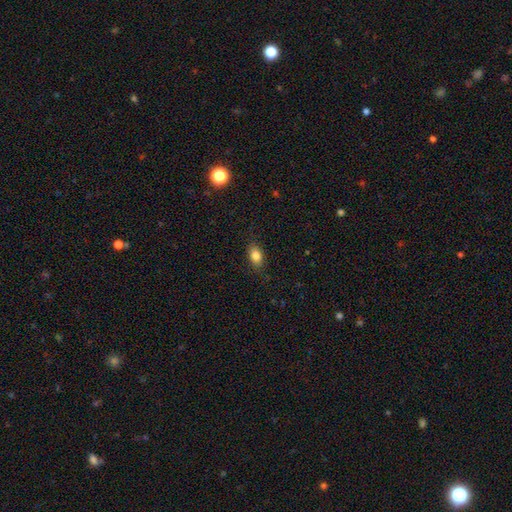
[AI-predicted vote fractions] smooth-or-featured: smooth: 83% | star or artifact: 9% | featured or disk: 8%
  how-rounded: in between: 85% | round: 12% | cigar-shaped: 3%
  merging: none: 85% | minor disturbance: 11% | major disturbance: 3% | merger: 1%